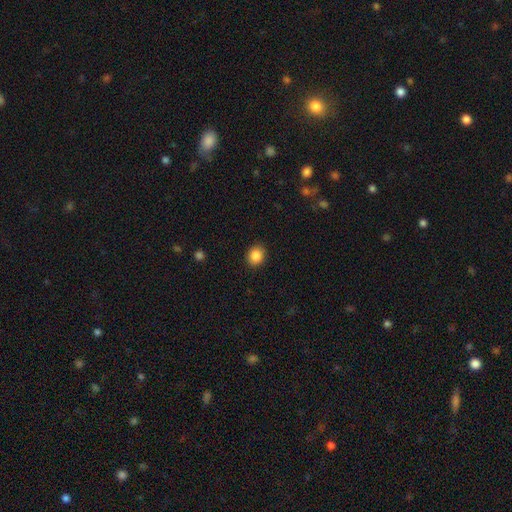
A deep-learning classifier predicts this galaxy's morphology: smooth_or_featured: smooth (p=0.87) [alt: star or artifact p=0.09]
how_rounded: round (p=0.66) [alt: in between p=0.33]
merging: none (p=0.89) [alt: minor disturbance p=0.08]